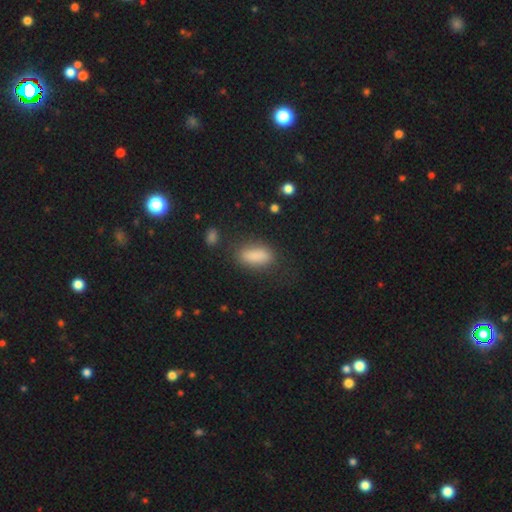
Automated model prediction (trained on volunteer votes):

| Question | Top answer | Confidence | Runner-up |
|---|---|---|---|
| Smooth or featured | smooth | 87% | star or artifact (8%) |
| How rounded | in between | 80% | cigar-shaped (17%) |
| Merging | none | 76% | minor disturbance (14%) |